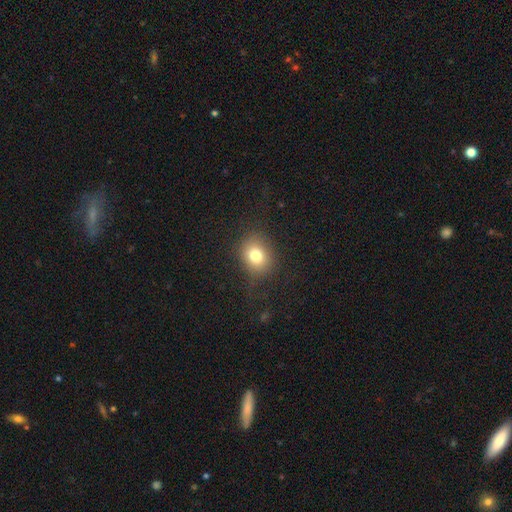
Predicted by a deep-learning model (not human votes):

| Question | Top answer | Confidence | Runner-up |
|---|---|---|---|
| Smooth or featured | smooth | 78% | star or artifact (12%) |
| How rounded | round | 60% | in between (39%) |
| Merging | none | 79% | minor disturbance (13%) |